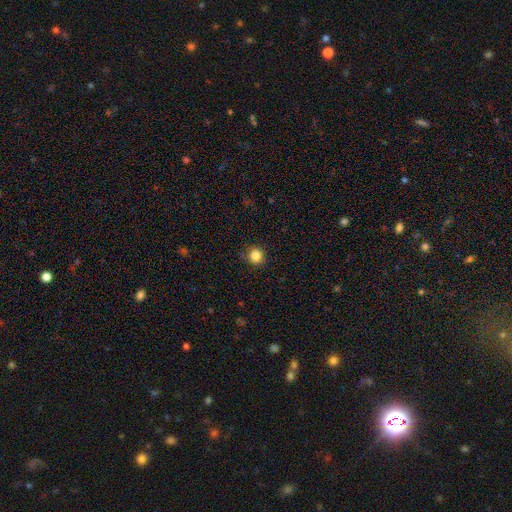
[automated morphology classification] Overall: smooth (84%). How rounded: round (94%). Merging: none (89%).